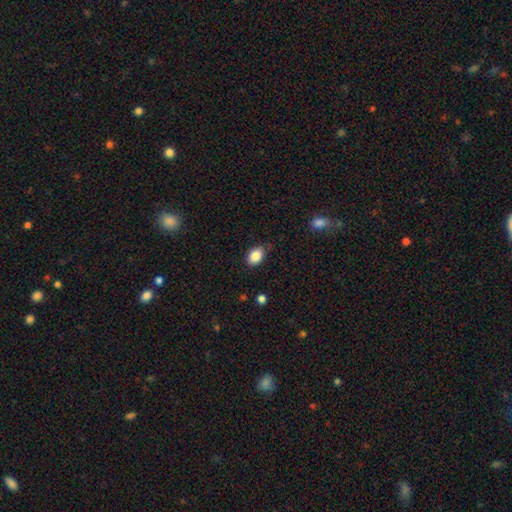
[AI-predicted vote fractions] Morphology: type=smooth (86%); roundness=in between (82%); merging=none (80%).